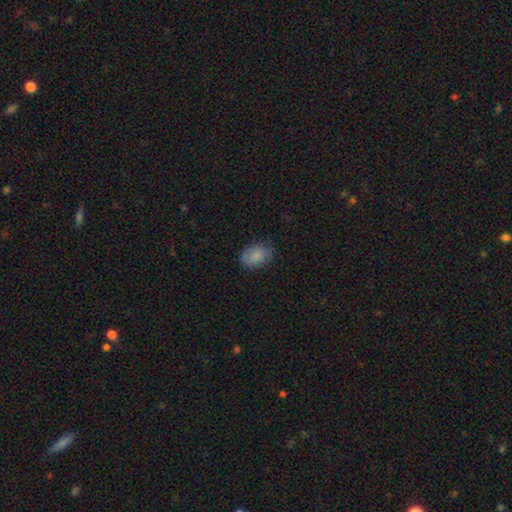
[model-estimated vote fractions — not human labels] A smooth galaxy with no disk features (84%) that is in between round and cigar-shaped (79%). Merging: none (79%).